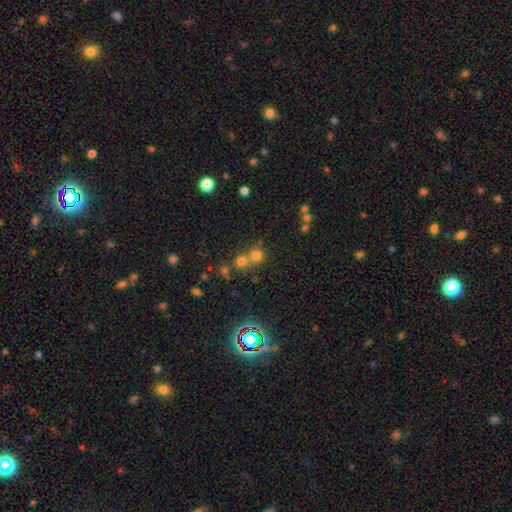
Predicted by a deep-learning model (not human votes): Smooth or featured: smooth — 67% (star or artifact — 23%)
How rounded: round — 86% (in between — 13%)
Merging: merger — 46% (none — 45%)